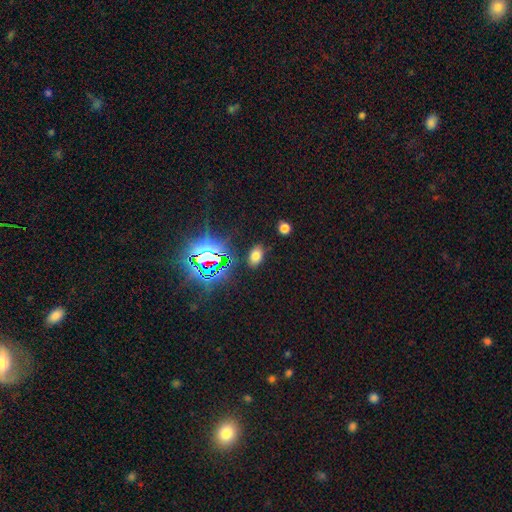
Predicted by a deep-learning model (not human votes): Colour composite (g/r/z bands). It shows a smooth galaxy with no disk features (64%) that is in between round and cigar-shaped (88%). Merging: none (86%).